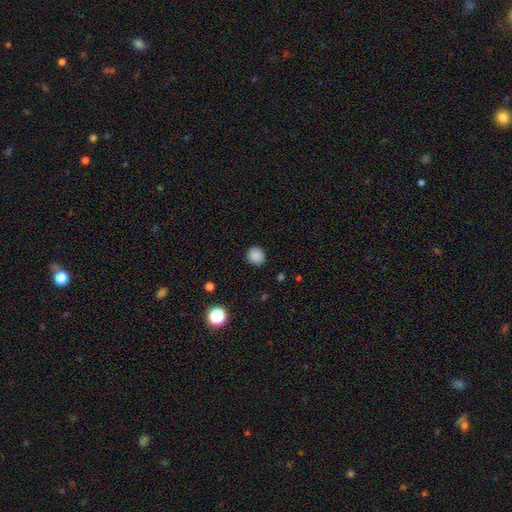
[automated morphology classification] Smooth or featured? smooth (87%)
How rounded? round (88%)
Merging? none (89%)